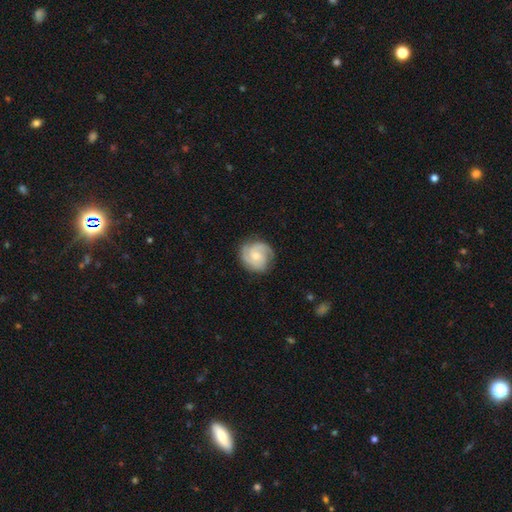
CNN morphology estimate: Overall: featured or disk (79%). Edge-on disk: no (98%). Bar: no (68%). Spiral arms: yes (96%). Spiral arm count: 2 (42%; 3 35%). Spiral winding: tight (56%; medium 36%). Bulge size: moderate (48%; small 47%). Merging: none (80%).